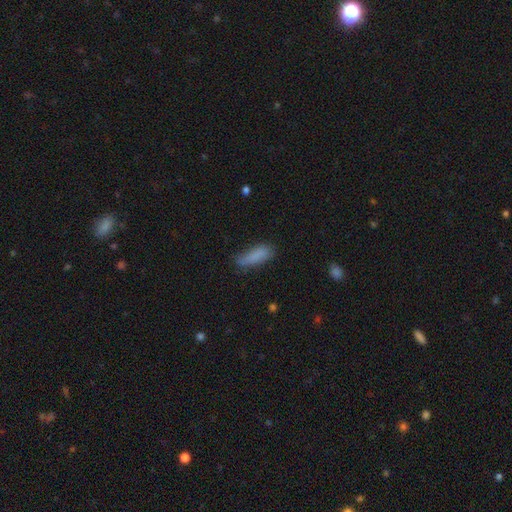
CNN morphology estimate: Smooth or featured?
  - smooth: 83% *
  - featured or disk: 9%
  - star or artifact: 8%
How rounded?
  - in between: 49% * (tied)
  - cigar-shaped: 49% * (tied)
  - round: 2%
Merging?
  - none: 62% *
  - minor disturbance: 27%
  - major disturbance: 8%
  - merger: 3%